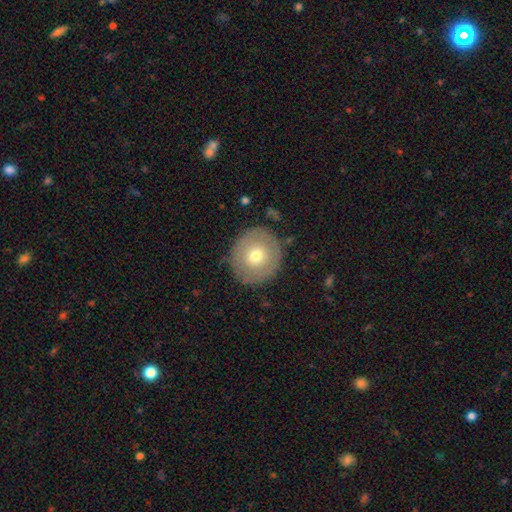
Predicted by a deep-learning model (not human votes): This is likely a smooth galaxy (64%). How rounded: clearly round (90%). Merging: clearly none (84%).